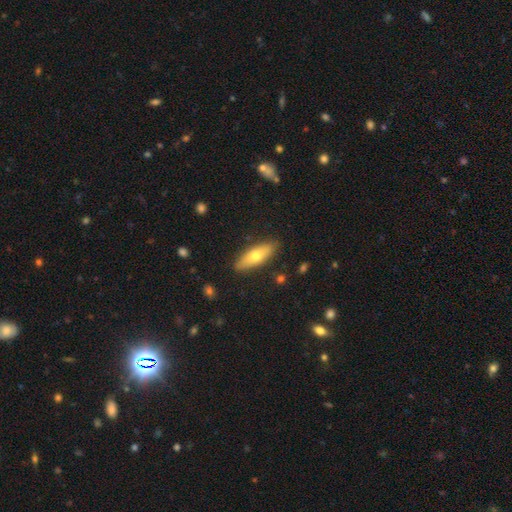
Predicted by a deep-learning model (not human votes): smooth_or_featured: smooth (p=0.63) [alt: featured or disk p=0.31]
how_rounded: in between (p=0.52) [alt: cigar-shaped p=0.45]
merging: none (p=0.87) [alt: minor disturbance p=0.10]